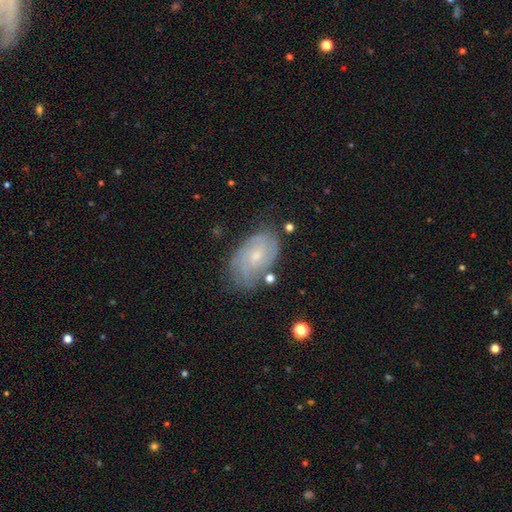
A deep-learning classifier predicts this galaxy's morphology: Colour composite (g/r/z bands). It shows a featured or disk galaxy (68%) with no bar (65%), tight (60%) spiral arms (86%) and a small central bulge (58%). Merging: none (70%).